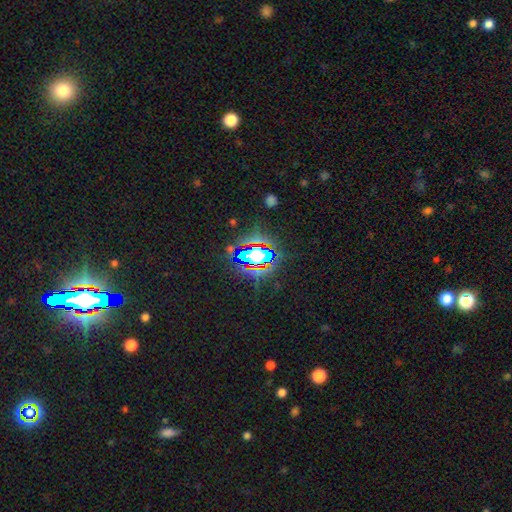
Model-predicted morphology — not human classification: Overall: star or artifact (63%).